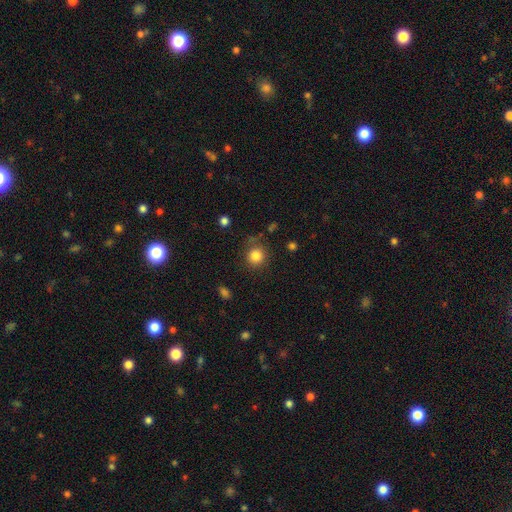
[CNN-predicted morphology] smooth_or_featured: smooth (p=0.83) [alt: star or artifact p=0.11]
how_rounded: round (p=0.92) [alt: in between p=0.07]
merging: none (p=0.82) [alt: minor disturbance p=0.11]